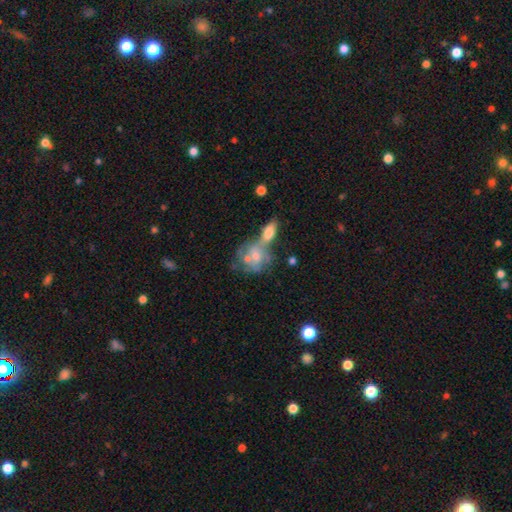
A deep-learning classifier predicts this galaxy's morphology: A featured or disk galaxy (49%).

Vote fractions:
- Smooth or featured? featured or disk: 49% / smooth: 40% / star or artifact: 11%
- Merging? merger: 48% / none: 29% / minor disturbance: 13% / major disturbance: 9%